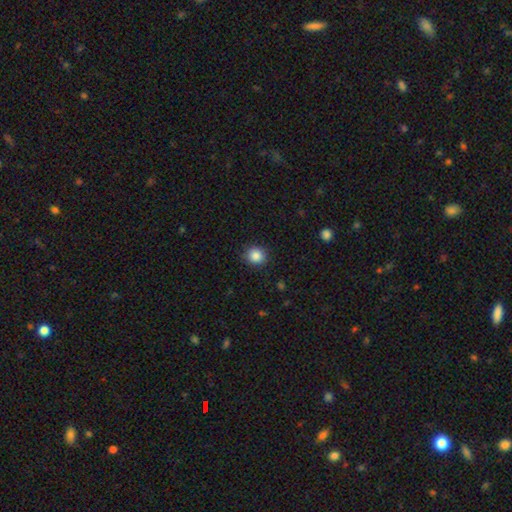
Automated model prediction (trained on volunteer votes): The model was most divided on "smooth or featured": smooth: 86%, star or artifact: 10%, featured or disk: 4%. More confident: merging — none (88%); how rounded — round (88%).